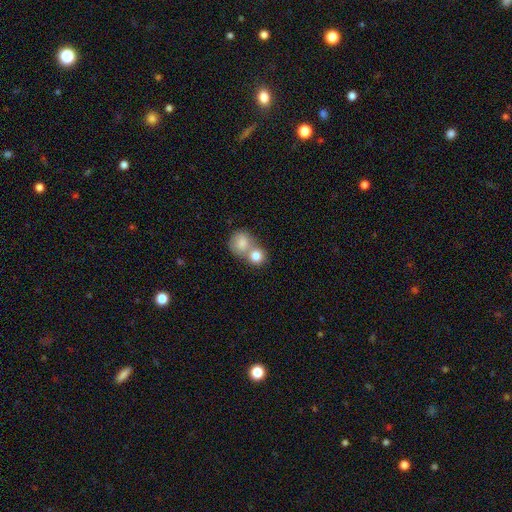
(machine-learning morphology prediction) smooth_or_featured: smooth (p=0.81) [alt: featured or disk p=0.11]
how_rounded: round (p=0.81) [alt: in between p=0.18]
merging: merger (p=0.59) [alt: none p=0.32]